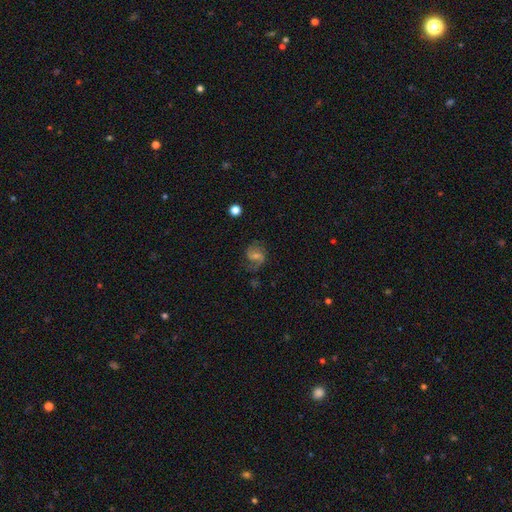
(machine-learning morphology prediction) Smooth or featured? Predicted: featured or disk (p=0.77). Edge-on disk? Predicted: no (p=0.98). Bar? Predicted: weak (p=0.50). Spiral arms? Predicted: yes (p=0.95). Spiral winding? Predicted: medium (p=0.53). Spiral arm count? Predicted: 2 (p=0.85). Bulge size? Predicted: small (p=0.50). Merging? Predicted: none (p=0.72).